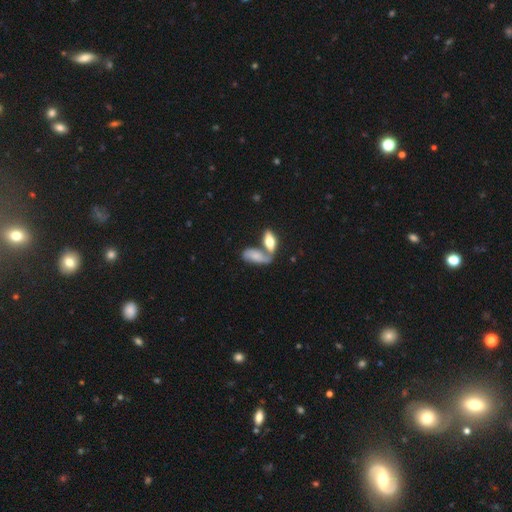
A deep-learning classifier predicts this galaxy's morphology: This appears to be a smooth galaxy with no disk features (55%) that is in between round and cigar-shaped (78%). Merging: merger (53%).